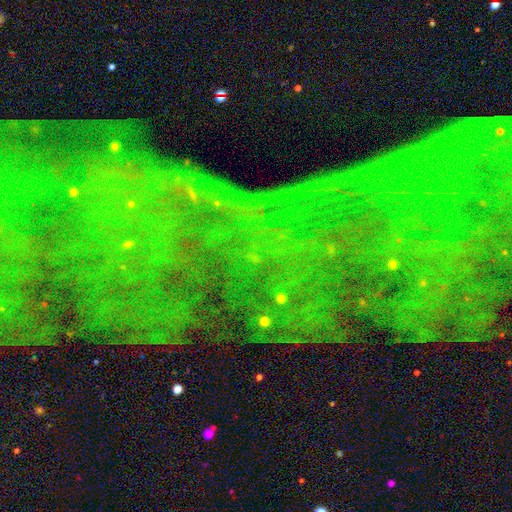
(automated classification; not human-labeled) A star or artifact, not a galaxy (82%).

Vote fractions:
- Smooth or featured? star or artifact: 82% / featured or disk: 10% / smooth: 8%